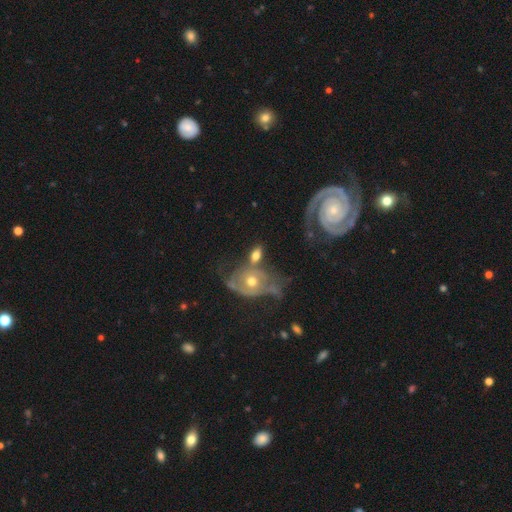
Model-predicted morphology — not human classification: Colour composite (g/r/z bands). It shows a smooth galaxy with no disk features (47%). Merging: merger (39%).